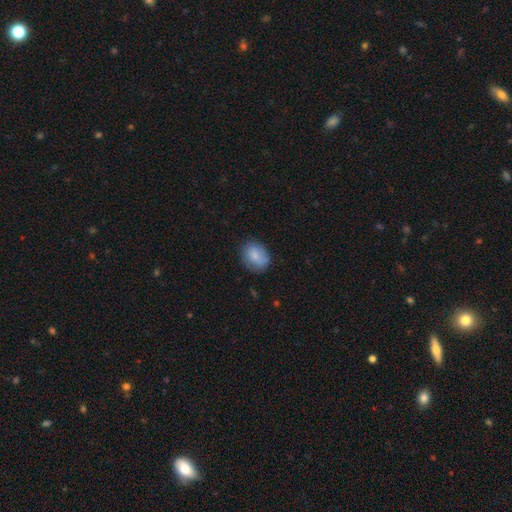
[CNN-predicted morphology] A smooth galaxy with no disk features (79%) that is in between round and cigar-shaped (53%). Merging: none (73%).